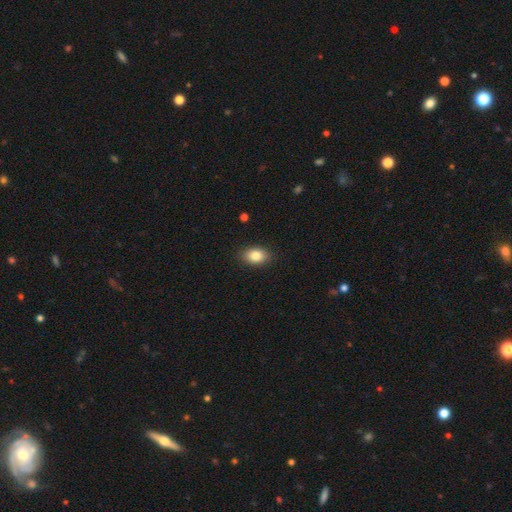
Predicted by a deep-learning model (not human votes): Smooth or featured? Predicted: smooth (p=0.84). How rounded? Predicted: in between (p=0.83). Merging? Predicted: none (p=0.88).